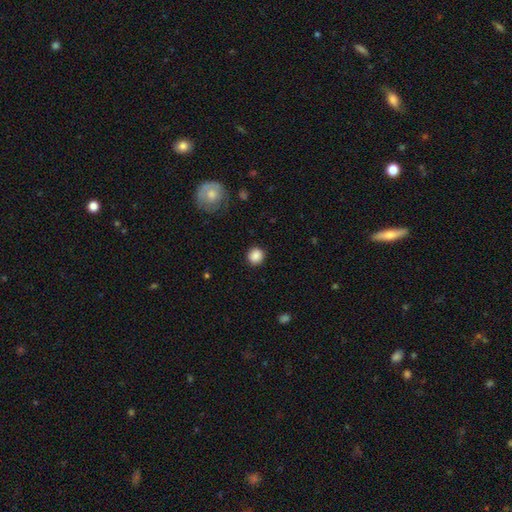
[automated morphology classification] type=smooth (87%); roundness=round (90%); merging=none (89%).